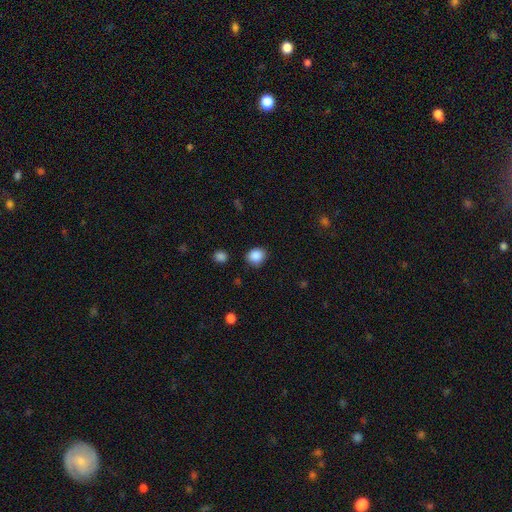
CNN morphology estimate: This appears to be a smooth galaxy with no disk features (88%) that is round (65%). Merging: none (82%).